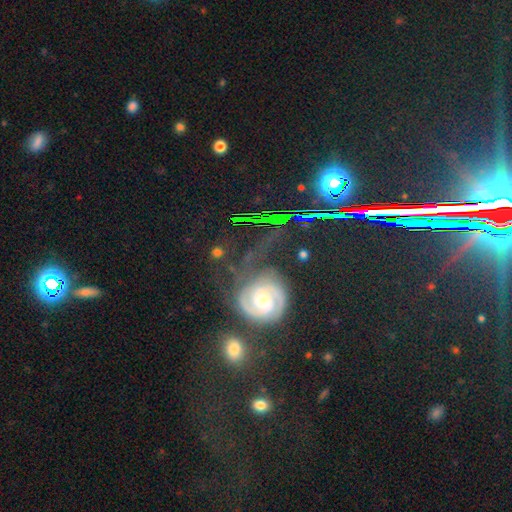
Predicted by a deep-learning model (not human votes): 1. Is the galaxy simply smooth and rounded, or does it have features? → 43% featured or disk, 33% star or artifact, 23% smooth.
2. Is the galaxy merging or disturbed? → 52% none, 23% major disturbance, 16% minor disturbance, 9% merger.